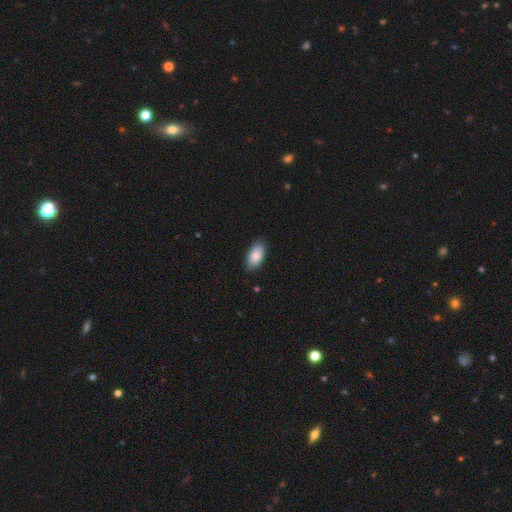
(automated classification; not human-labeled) Morphology: type=smooth (87%); roundness=in between (94%); merging=none (87%).